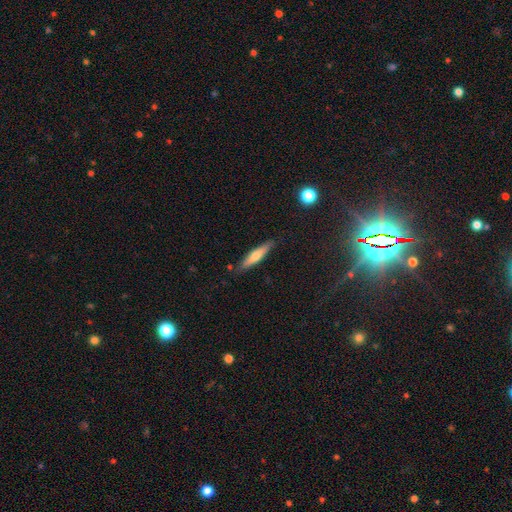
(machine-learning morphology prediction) Q: Smooth or featured?
A: smooth (57%); runner-up: featured or disk (36%)
Q: How rounded?
A: cigar-shaped (86%); runner-up: in between (13%)
Q: Merging?
A: none (85%); runner-up: minor disturbance (11%)